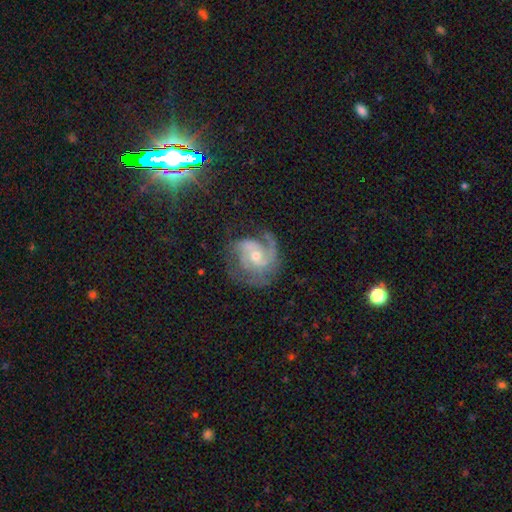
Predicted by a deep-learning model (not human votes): This appears to be a featured or disk galaxy (85%) with no bar (62%), 2 (44%) medium (46%) spiral arms (96%) and a small central bulge (53%). Merging: none (59%).